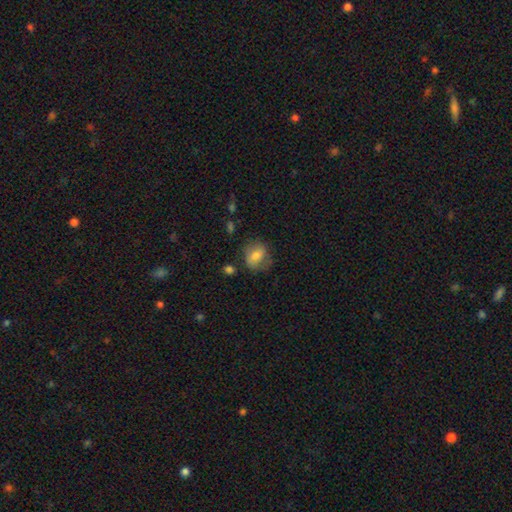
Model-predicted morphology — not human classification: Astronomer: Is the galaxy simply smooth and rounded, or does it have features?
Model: smooth — 70%.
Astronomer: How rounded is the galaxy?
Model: in between — 50% (runner-up: round, 48%).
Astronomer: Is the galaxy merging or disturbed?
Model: none — 66%.